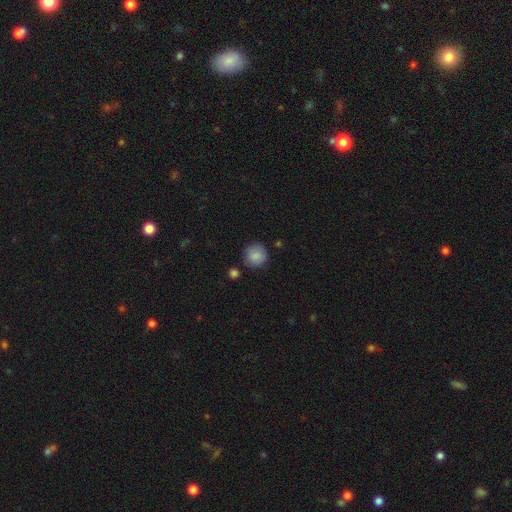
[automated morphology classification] Smooth or featured: smooth — 86% (star or artifact — 8%)
How rounded: round — 92% (in between — 7%)
Merging: none — 83% (minor disturbance — 11%)